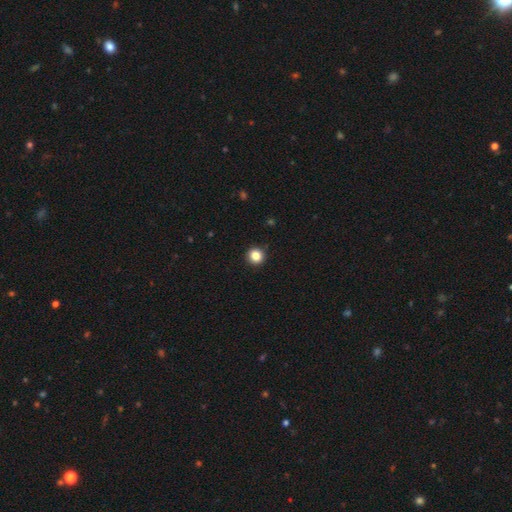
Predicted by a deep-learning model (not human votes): Smooth or featured: smooth — 85% (star or artifact — 11%)
How rounded: round — 94% (in between — 5%)
Merging: none — 93% (minor disturbance — 4%)